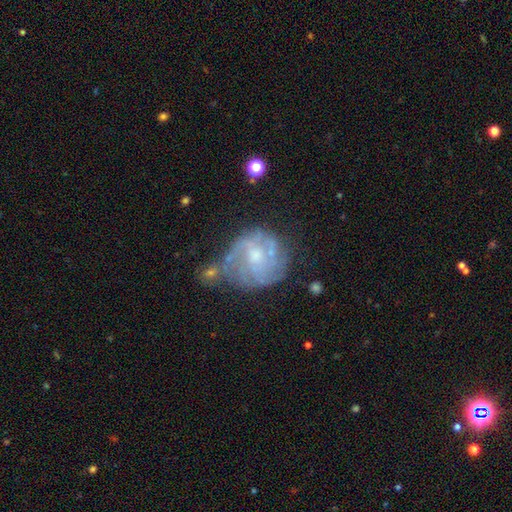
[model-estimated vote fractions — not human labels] Smooth or featured?
  - featured or disk: 71% *
  - smooth: 20%
  - star or artifact: 9%
Edge-on disk?
  - no: 98% *
  - yes: 2%
Bar?
  - no: 65% *
  - weak: 30%
  - strong: 5%
Spiral arms?
  - yes: 75% *
  - no: 25%
Spiral winding?
  - tight: 51% *
  - medium: 33%
  - loose: 16%
Spiral arm count?
  - can't tell: 49% *
  - 2: 18%
  - 3: 15%
  - 4: 8%
  - 1: 6%
  - more than 4: 5%
Bulge size?
  - moderate: 49% *
  - small: 40%
  - none: 6%
  - large: 3%
  - dominant: 1%
Merging?
  - none: 46% *
  - minor disturbance: 24%
  - major disturbance: 19%
  - merger: 11%